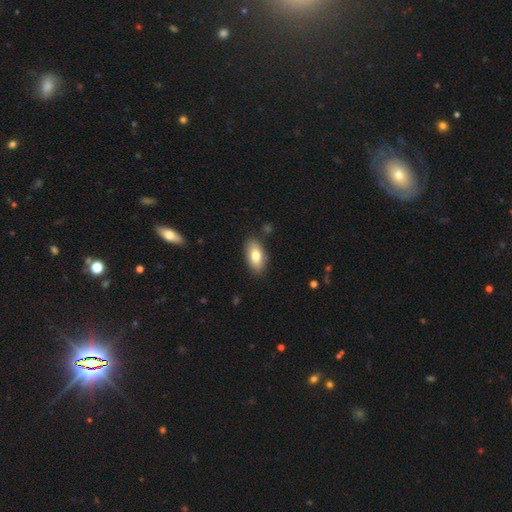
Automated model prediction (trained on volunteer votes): This is likely a smooth galaxy (78%). How rounded: clearly in between (90%). Merging: clearly none (85%).